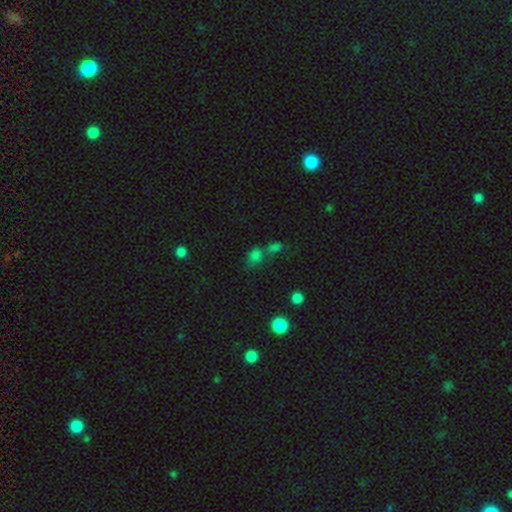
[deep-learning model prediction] smooth-or-featured: smooth: 70% | star or artifact: 23% | featured or disk: 7%
  how-rounded: in between: 50% | round: 47% | cigar-shaped: 2%
  merging: none: 43% | merger: 36% | minor disturbance: 13% | major disturbance: 8%